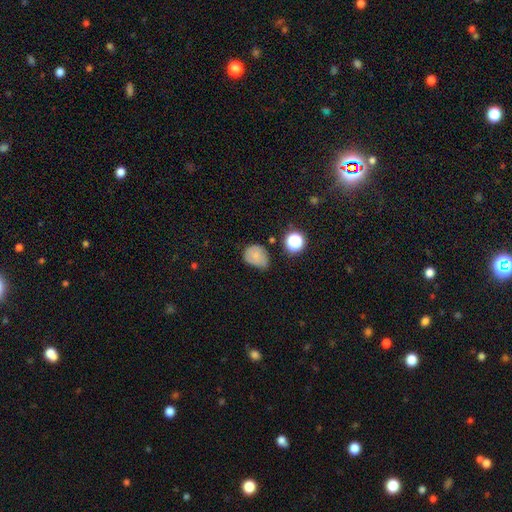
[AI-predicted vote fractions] A smooth galaxy with no disk features (73%) that is round (50%). Merging: none (44%).